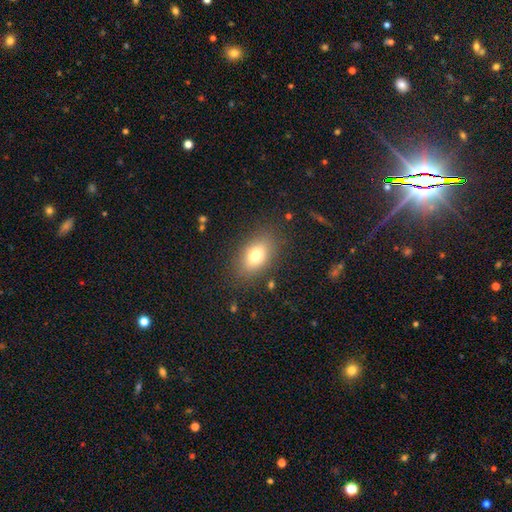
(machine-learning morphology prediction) This is likely a smooth galaxy (76%). How rounded: clearly in between (83%). Merging: clearly none (83%).